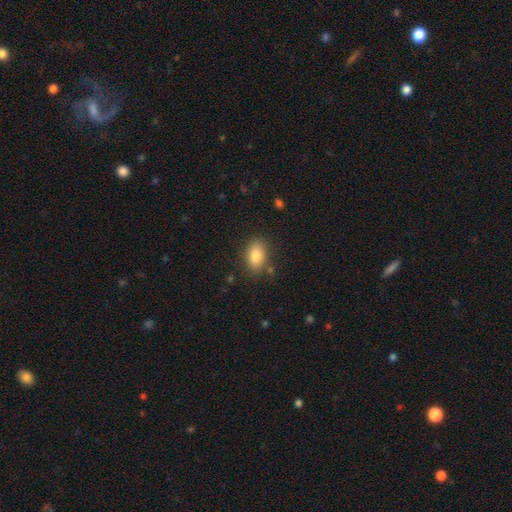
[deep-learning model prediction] This is clearly a smooth galaxy (83%). How rounded: clearly in between (88%). Merging: clearly none (82%).